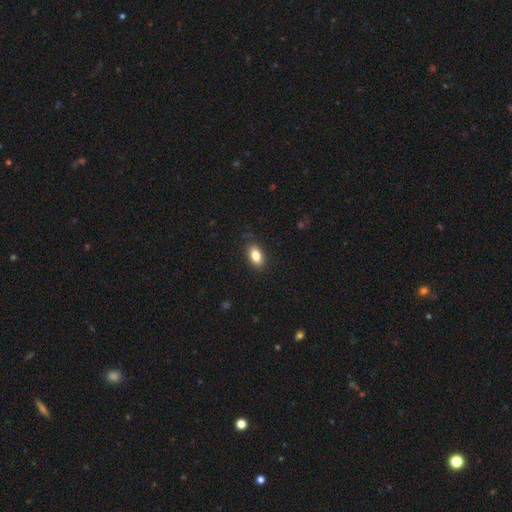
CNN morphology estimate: A smooth galaxy with no disk features (82%) that is in between round and cigar-shaped (89%).

Vote fractions:
- Smooth or featured? smooth: 82% / featured or disk: 10% / star or artifact: 8%
- How rounded? in between: 89% / round: 7% / cigar-shaped: 4%
- Merging? none: 85% / minor disturbance: 11% / major disturbance: 3% / merger: 1%